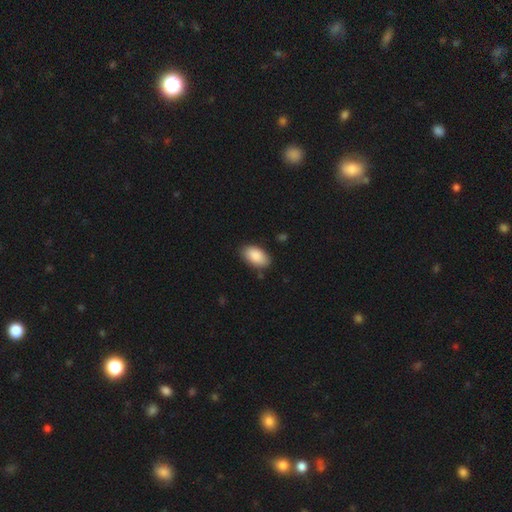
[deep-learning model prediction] Smooth or featured: smooth — 89% (star or artifact — 6%)
How rounded: in between — 95% (round — 4%)
Merging: none — 83% (minor disturbance — 13%)